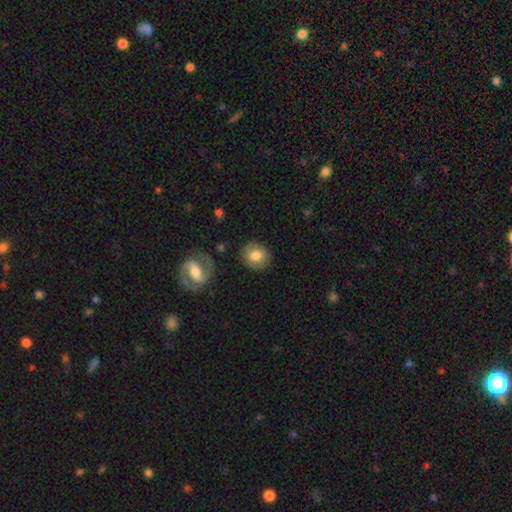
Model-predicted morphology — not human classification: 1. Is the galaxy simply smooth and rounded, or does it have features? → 72% smooth, 21% featured or disk, 7% star or artifact.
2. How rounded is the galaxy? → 80% round, 19% in between, 1% cigar-shaped.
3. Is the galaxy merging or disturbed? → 86% none, 9% minor disturbance, 3% major disturbance, 2% merger.